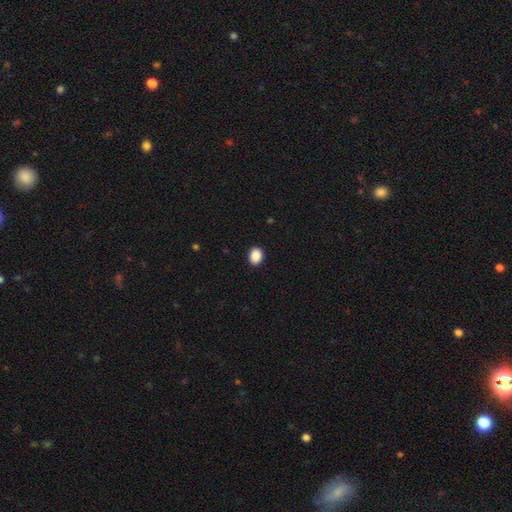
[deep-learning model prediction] Overall: smooth (90%). How rounded: in between (54%; round 45%). Merging: none (91%).